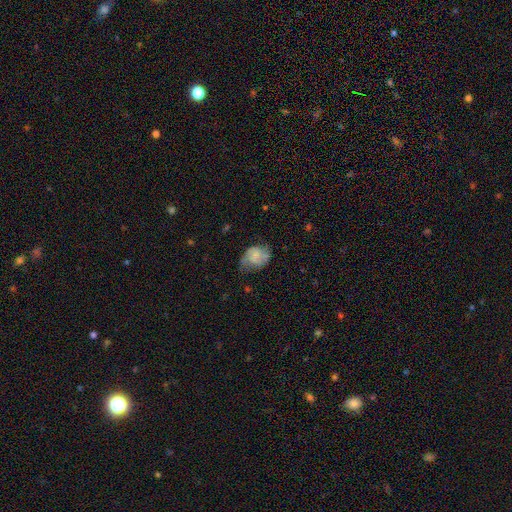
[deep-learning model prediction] smooth_or_featured: smooth (p=0.46) [alt: featured or disk p=0.45]
merging: none (p=0.49) [alt: minor disturbance p=0.32]